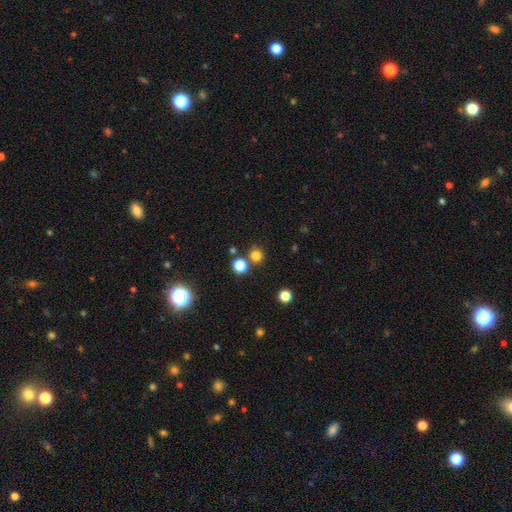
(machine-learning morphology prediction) This appears to be a smooth galaxy with no disk features (79%) that is round (92%). Merging: none (78%).